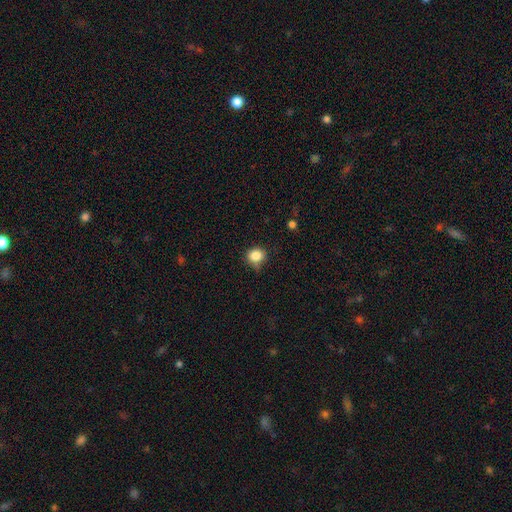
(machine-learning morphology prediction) This is clearly a smooth galaxy (84%). How rounded: likely round (80%). Merging: likely none (69%).